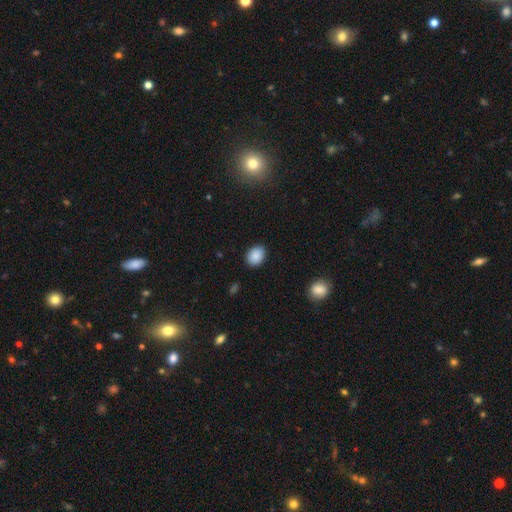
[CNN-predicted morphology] Smooth or featured? Predicted: smooth (p=0.89). How rounded? Predicted: in between (p=0.62). Merging? Predicted: none (p=0.87).